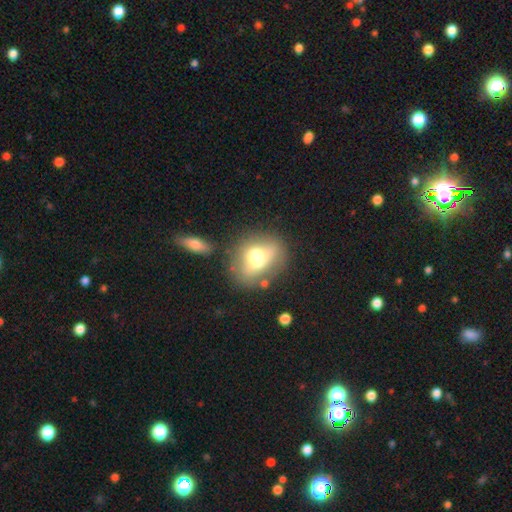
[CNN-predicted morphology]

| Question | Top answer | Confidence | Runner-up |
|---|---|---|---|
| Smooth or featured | smooth | 60% | featured or disk (30%) |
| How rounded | in between | 52% | round (46%) |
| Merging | none | 47% | merger (25%) |